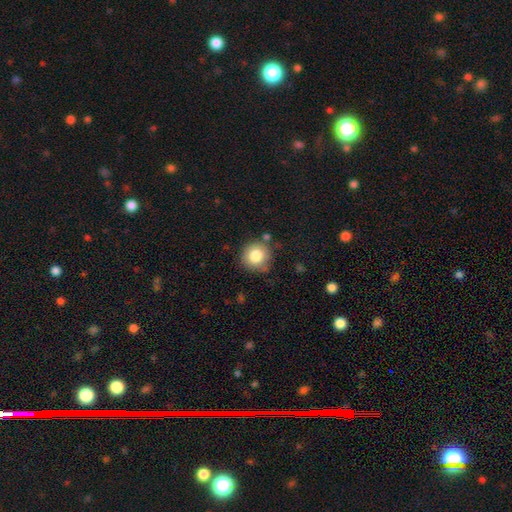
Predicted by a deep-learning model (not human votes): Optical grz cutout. It shows a smooth galaxy with no disk features (81%) that is round (92%). Merging: none (80%).